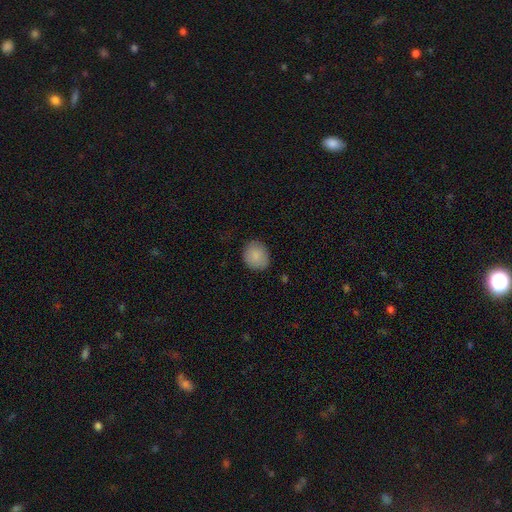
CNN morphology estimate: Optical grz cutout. It shows a smooth galaxy with no disk features (86%) that is round (71%). Merging: none (82%).